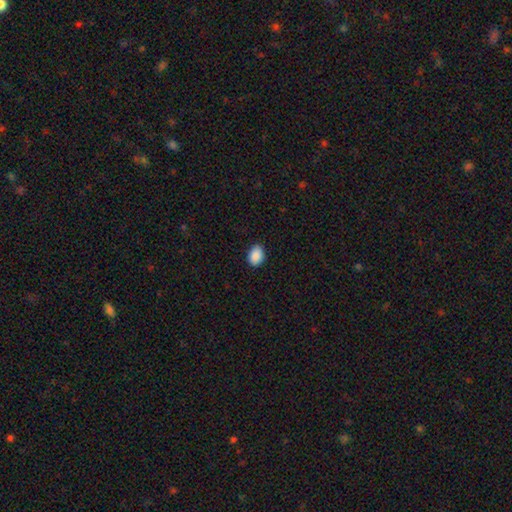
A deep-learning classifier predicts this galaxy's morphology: This appears to be a smooth galaxy with no disk features (90%) that is in between round and cigar-shaped (76%). Merging: none (87%).